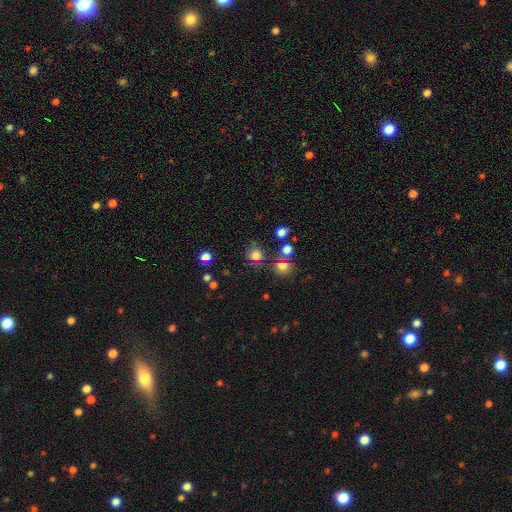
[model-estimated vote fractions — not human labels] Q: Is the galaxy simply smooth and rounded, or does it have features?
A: smooth — 75%.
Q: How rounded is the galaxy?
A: round — 83%.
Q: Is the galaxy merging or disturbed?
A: none — 68%.